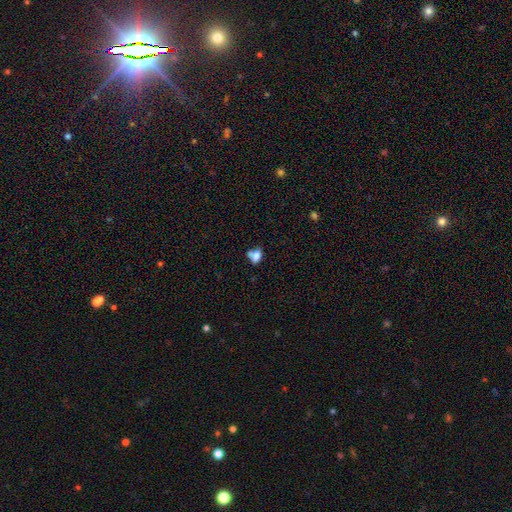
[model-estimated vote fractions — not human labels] The model was most divided on "merging": none: 37%, merger: 35%, minor disturbance: 19%, major disturbance: 10%. More confident: smooth or featured — smooth (73%); how rounded — in between (73%).